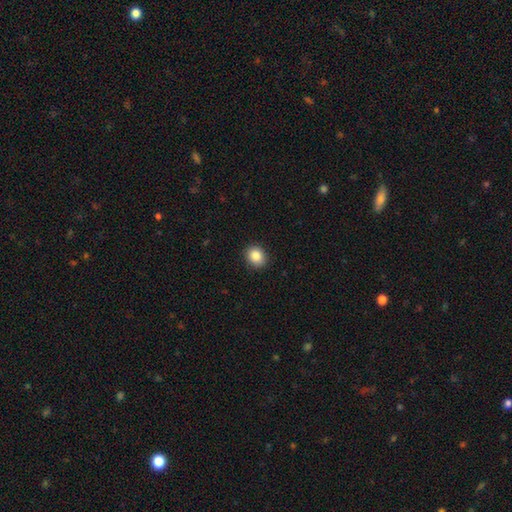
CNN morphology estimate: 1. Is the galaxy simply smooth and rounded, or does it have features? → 86% smooth, 9% star or artifact, 5% featured or disk.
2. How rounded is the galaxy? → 67% round, 32% in between, 1% cigar-shaped.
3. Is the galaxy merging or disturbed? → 91% none, 7% minor disturbance, 2% major disturbance, 1% merger.